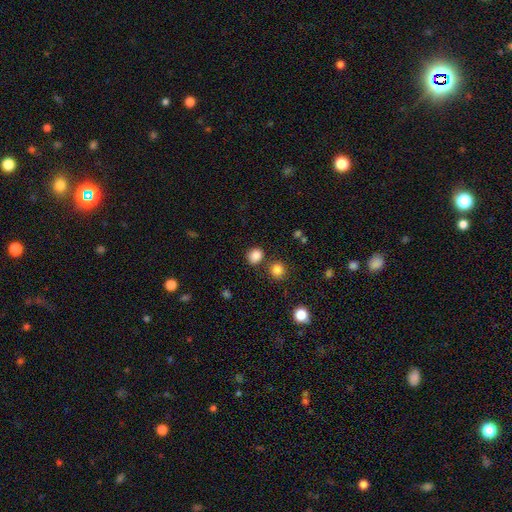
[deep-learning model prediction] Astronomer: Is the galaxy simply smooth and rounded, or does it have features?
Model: smooth — 85%.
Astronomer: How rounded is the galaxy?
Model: round — 73%.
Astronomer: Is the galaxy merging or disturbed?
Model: none — 77%.